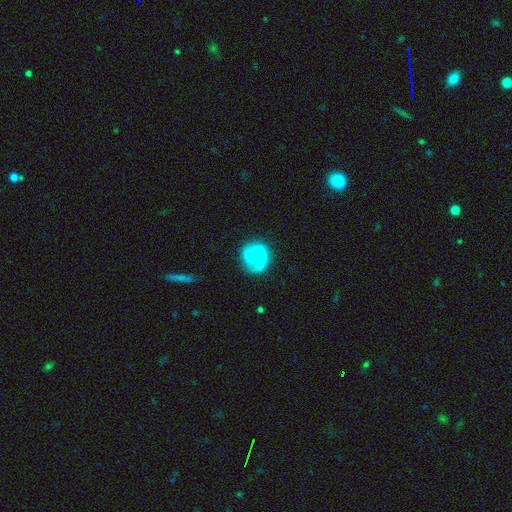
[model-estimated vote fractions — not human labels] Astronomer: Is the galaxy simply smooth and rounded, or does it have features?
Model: featured or disk — 67%.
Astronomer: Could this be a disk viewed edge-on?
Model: no — 98%.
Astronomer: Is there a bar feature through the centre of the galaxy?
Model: no — 67%.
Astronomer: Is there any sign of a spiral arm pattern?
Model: yes — 95%.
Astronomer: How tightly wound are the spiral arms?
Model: tight — 42% (runner-up: medium, 41%).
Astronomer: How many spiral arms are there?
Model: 2 — 51% (runner-up: 1, 29%).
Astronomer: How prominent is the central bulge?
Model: none — 42% (runner-up: small, 31%).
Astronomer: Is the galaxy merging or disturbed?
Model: none — 71%.